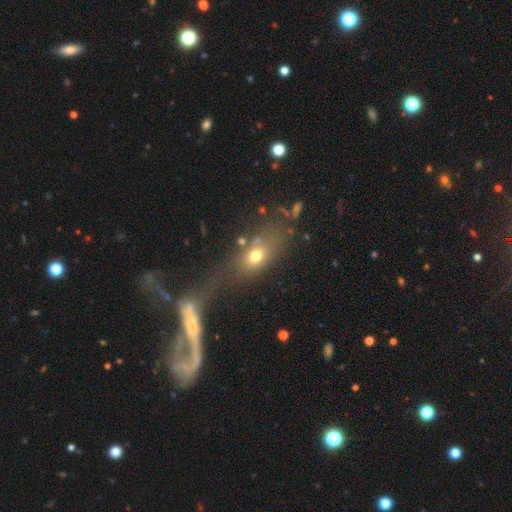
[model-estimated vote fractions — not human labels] The model was most divided on "merging": none: 41%, merger: 27%, major disturbance: 18%, minor disturbance: 15%. More confident: smooth or featured — smooth (66%); how rounded — in between (65%).